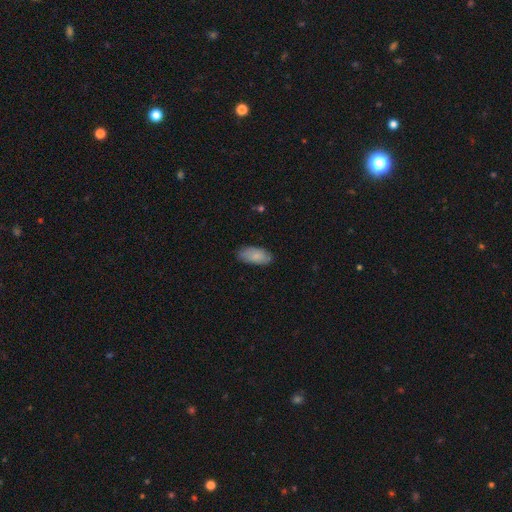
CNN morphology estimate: Smooth or featured? Predicted: smooth (p=0.80). How rounded? Predicted: in between (p=0.91). Merging? Predicted: none (p=0.81).